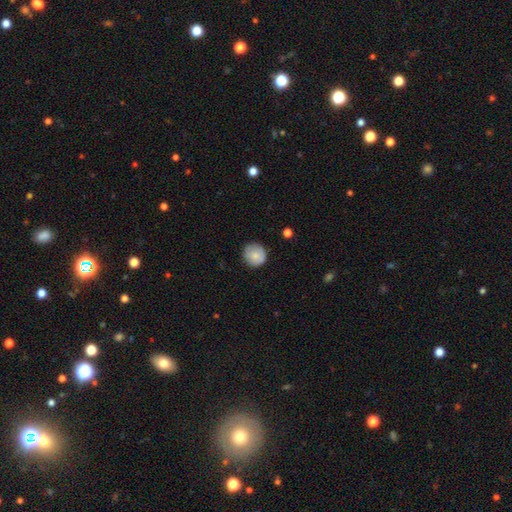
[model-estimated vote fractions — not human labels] Smooth or featured? Predicted: smooth (p=0.80). How rounded? Predicted: round (p=0.91). Merging? Predicted: none (p=0.82).